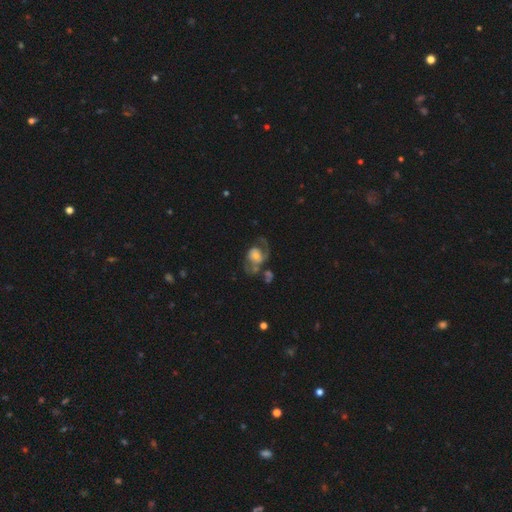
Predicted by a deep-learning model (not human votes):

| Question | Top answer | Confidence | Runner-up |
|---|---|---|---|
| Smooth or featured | featured or disk | 61% | smooth (31%) |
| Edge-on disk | no | 97% | yes (3%) |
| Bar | no | 68% | weak (26%) |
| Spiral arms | yes | 67% | no (33%) |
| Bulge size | moderate | 36% | tied: small (36%) |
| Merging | major disturbance | 35% | none (32%) |